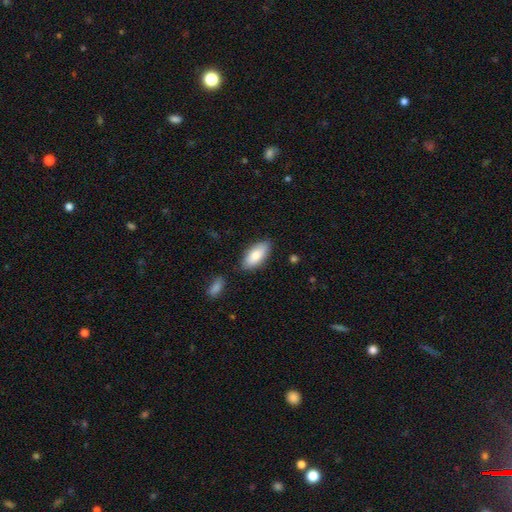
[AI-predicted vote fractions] Morphology: type=smooth (82%); roundness=in between (89%); merging=none (81%).